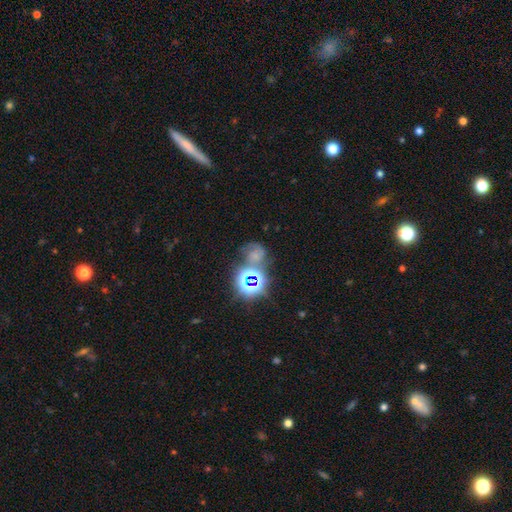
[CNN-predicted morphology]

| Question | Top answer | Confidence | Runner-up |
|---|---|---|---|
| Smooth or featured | star or artifact | 39% | smooth (32%) |